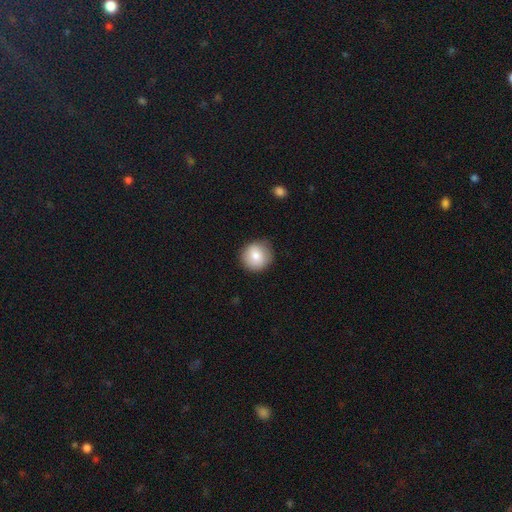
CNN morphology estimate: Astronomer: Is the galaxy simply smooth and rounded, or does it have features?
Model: smooth — 81%.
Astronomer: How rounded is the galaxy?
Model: round — 92%.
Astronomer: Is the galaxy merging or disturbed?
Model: none — 84%.